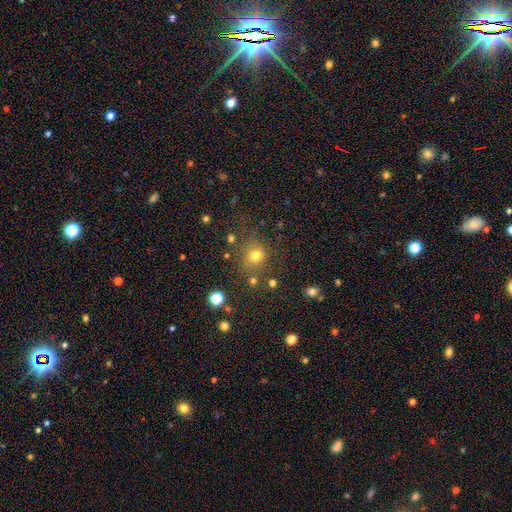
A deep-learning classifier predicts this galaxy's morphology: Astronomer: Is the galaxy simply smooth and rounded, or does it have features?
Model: smooth — 73%.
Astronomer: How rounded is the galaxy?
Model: round — 85%.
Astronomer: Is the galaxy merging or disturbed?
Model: none — 73%.